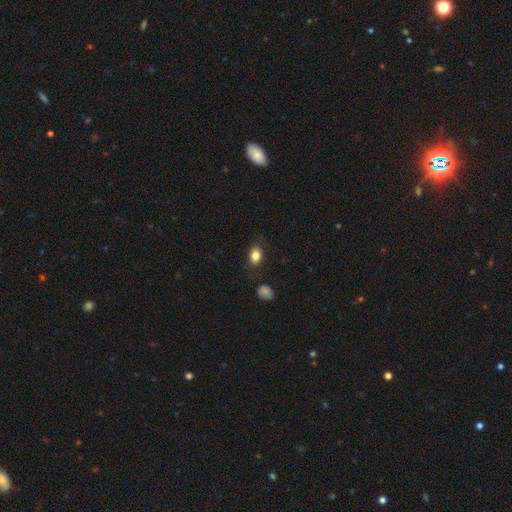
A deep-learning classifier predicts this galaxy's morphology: smooth-or-featured: smooth: 83% | star or artifact: 9% | featured or disk: 8%
  how-rounded: in between: 75% | round: 24% | cigar-shaped: 1%
  merging: none: 80% | minor disturbance: 14% | major disturbance: 4% | merger: 2%